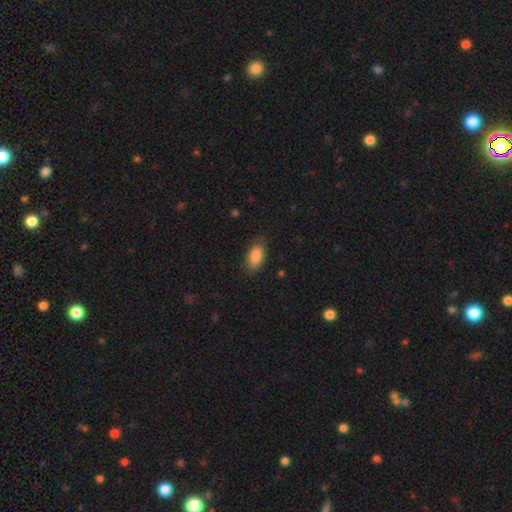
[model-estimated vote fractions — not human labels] Smooth or featured: smooth — 87% (star or artifact — 7%)
How rounded: in between — 91% (cigar-shaped — 5%)
Merging: none — 80% (minor disturbance — 16%)